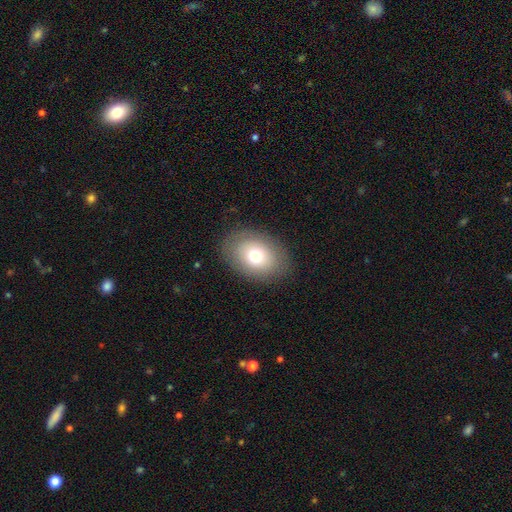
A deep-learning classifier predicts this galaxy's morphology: type=smooth (73%); roundness=in between (74%); merging=none (85%).